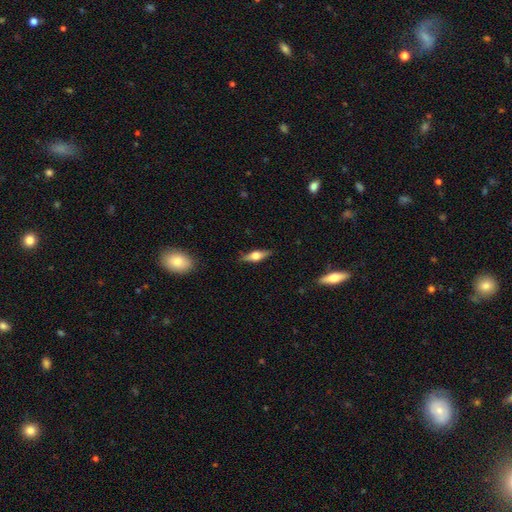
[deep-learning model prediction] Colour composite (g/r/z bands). It shows a featured or disk galaxy (59%) viewed edge-on (96%) with a rounded central bulge (92%). Merging: none (87%).